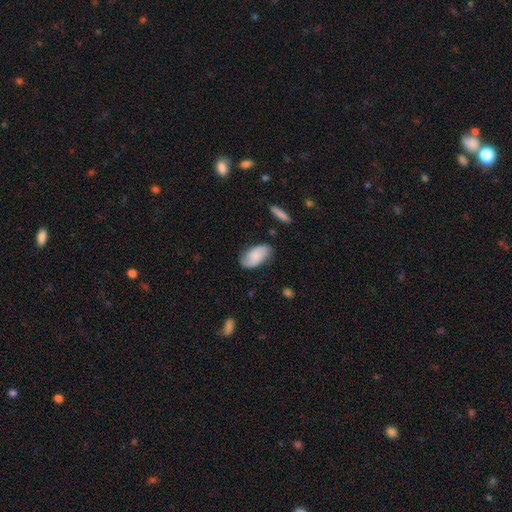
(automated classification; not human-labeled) smooth_or_featured: smooth (p=0.59) [alt: featured or disk p=0.34]
how_rounded: in between (p=0.94) [alt: round p=0.04]
merging: none (p=0.74) [alt: minor disturbance p=0.19]